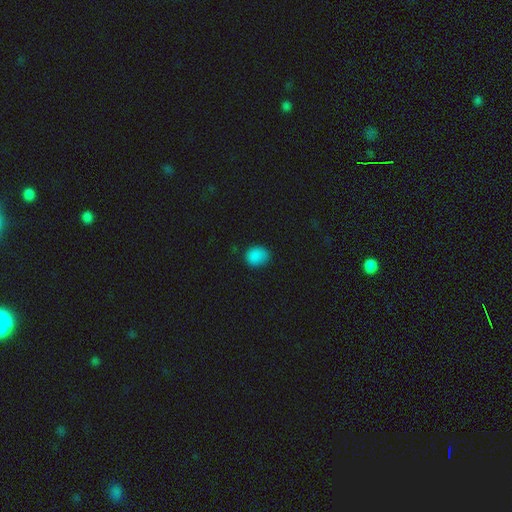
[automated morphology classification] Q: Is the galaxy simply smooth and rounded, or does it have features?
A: smooth — 84%.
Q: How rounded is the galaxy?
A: round — 58%.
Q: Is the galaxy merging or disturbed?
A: none — 77%.